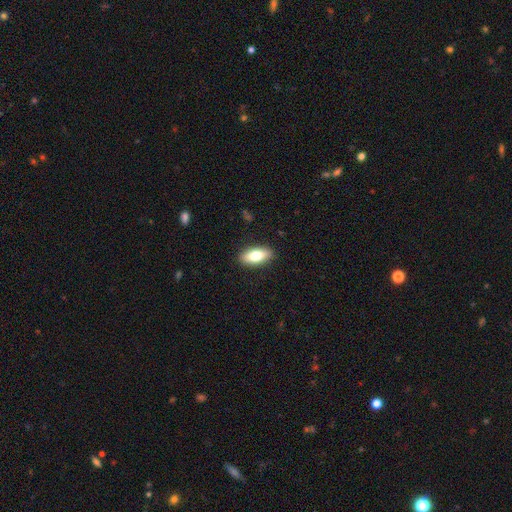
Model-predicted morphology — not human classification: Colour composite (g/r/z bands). It shows a smooth galaxy with no disk features (78%) that is in between round and cigar-shaped (85%). Merging: none (89%).